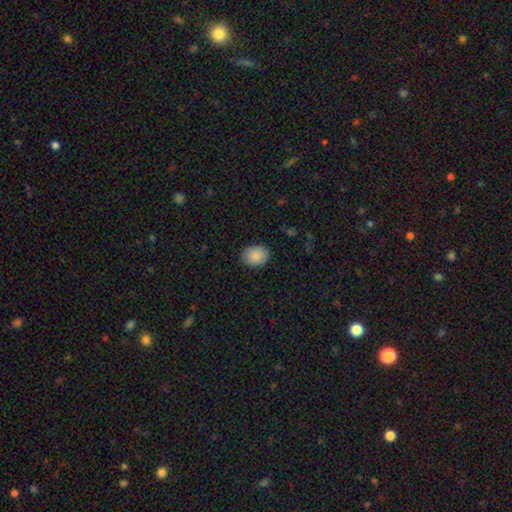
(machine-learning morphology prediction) Smooth or featured? smooth (88%)
How rounded? in between (62%)
Merging? none (87%)